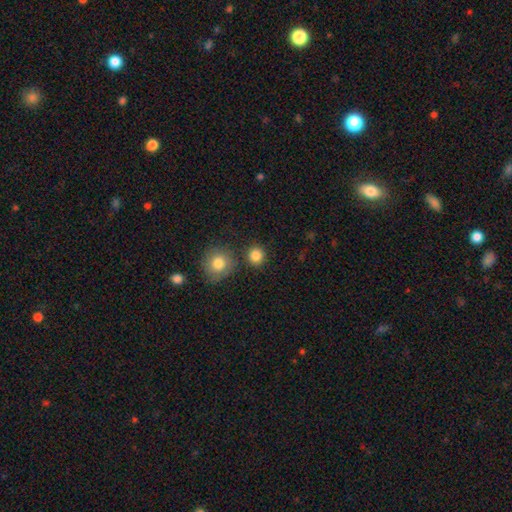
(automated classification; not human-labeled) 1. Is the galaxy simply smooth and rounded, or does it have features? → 85% smooth, 10% star or artifact, 5% featured or disk.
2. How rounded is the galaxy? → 91% round, 8% in between, 1% cigar-shaped.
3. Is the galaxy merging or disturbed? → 83% none, 7% merger, 7% minor disturbance, 3% major disturbance.